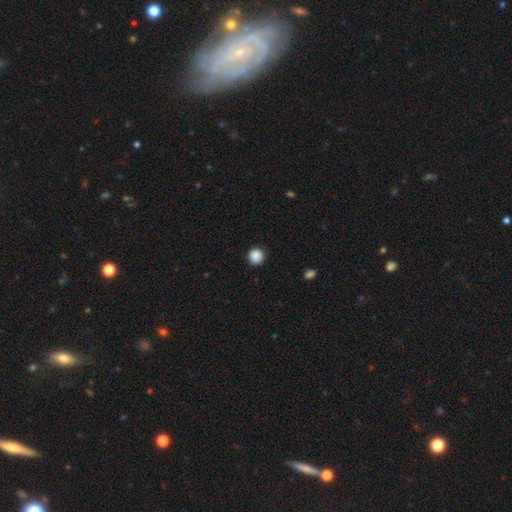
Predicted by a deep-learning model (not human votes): Smooth or featured?
  - smooth: 88% *
  - star or artifact: 9%
  - featured or disk: 2%
How rounded?
  - round: 95% *
  - in between: 4%
  - cigar-shaped: 1%
Merging?
  - none: 91% *
  - minor disturbance: 6%
  - major disturbance: 2%
  - merger: 1%